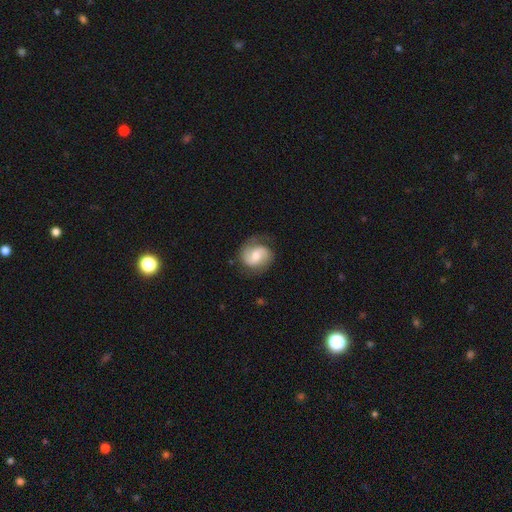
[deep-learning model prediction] Q: Smooth or featured?
A: featured or disk (71%); runner-up: smooth (23%)
Q: Edge-on disk?
A: no (98%); runner-up: yes (2%)
Q: Bar?
A: weak (49%); runner-up: no (38%)
Q: Spiral arms?
A: yes (94%); runner-up: no (6%)
Q: Spiral winding?
A: medium (48%); runner-up: tight (27%)
Q: Spiral arm count?
A: 2 (84%); runner-up: 1 (7%)
Q: Bulge size?
A: moderate (54%); runner-up: small (31%)
Q: Merging?
A: none (71%); runner-up: minor disturbance (20%)